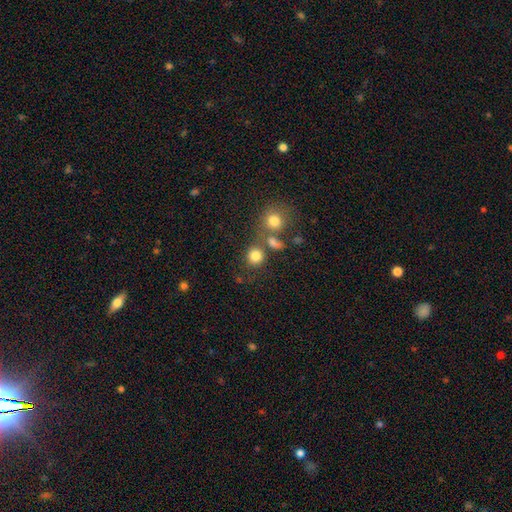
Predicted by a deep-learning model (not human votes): A smooth galaxy with no disk features (81%) that is round (86%). Merging: none (62%).